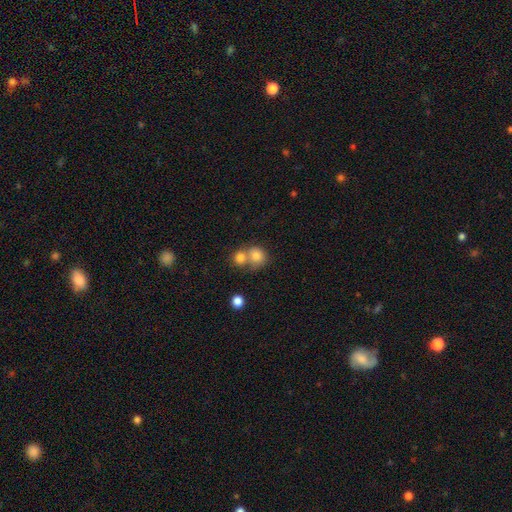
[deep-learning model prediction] Morphology: type=smooth (79%); roundness=round (80%); merging=merger (52%).